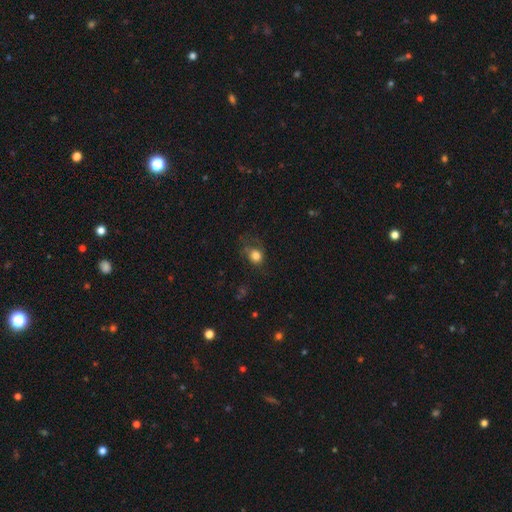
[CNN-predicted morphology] This appears to be a smooth galaxy with no disk features (77%) that is round (73%). Merging: none (52%).